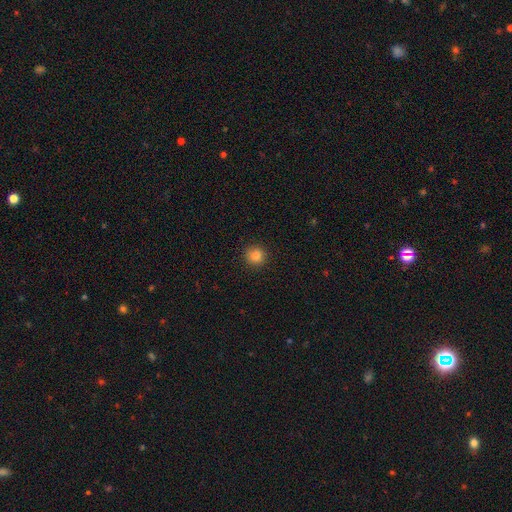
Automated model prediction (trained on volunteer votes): Overall: smooth (84%). How rounded: round (93%). Merging: none (92%).